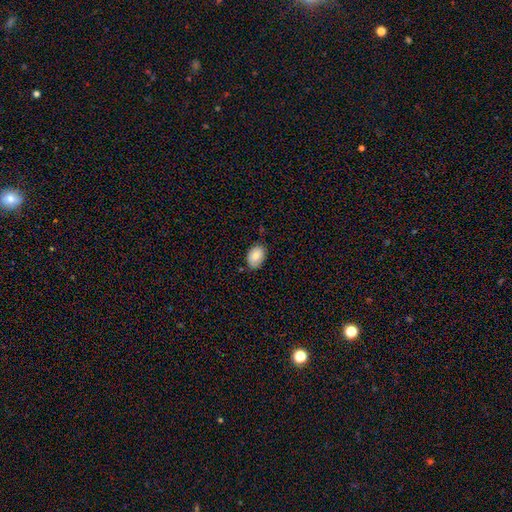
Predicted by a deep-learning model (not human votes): This is clearly a smooth galaxy (83%). How rounded: clearly in between (86%). Merging: likely none (73%).